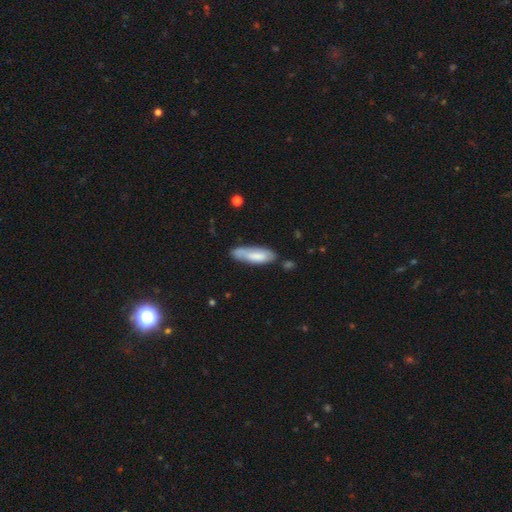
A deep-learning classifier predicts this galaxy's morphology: smooth_or_featured: smooth (p=0.71) [alt: featured or disk p=0.23]
how_rounded: in between (p=0.49) [tied with: cigar-shaped p=0.49]
merging: none (p=0.60) [alt: minor disturbance p=0.26]